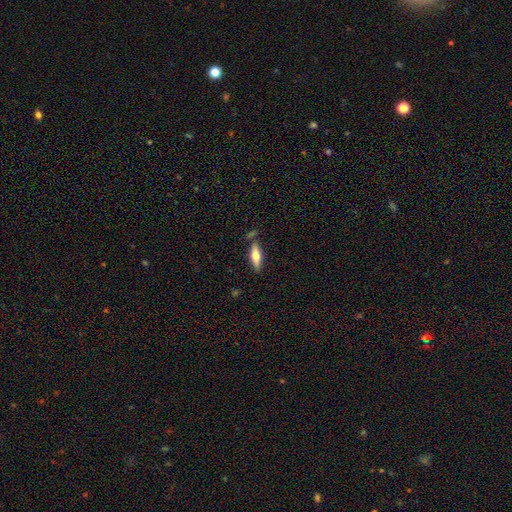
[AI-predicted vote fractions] Morphology: type=smooth (63%); roundness=cigar-shaped (52%); merging=none (74%).